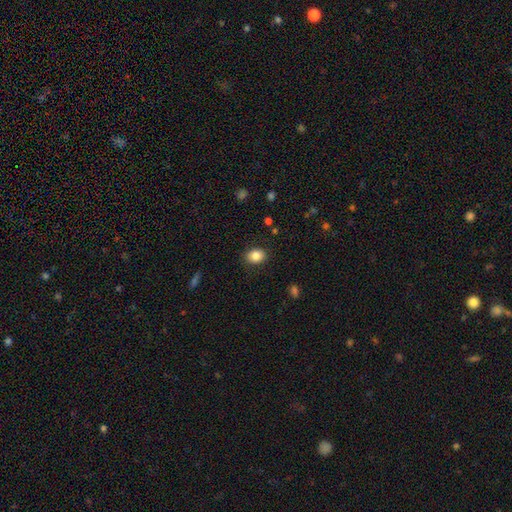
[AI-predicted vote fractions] Smooth or featured: smooth — 84% (star or artifact — 9%)
How rounded: in between — 56% (round — 44%)
Merging: none — 86% (minor disturbance — 10%)